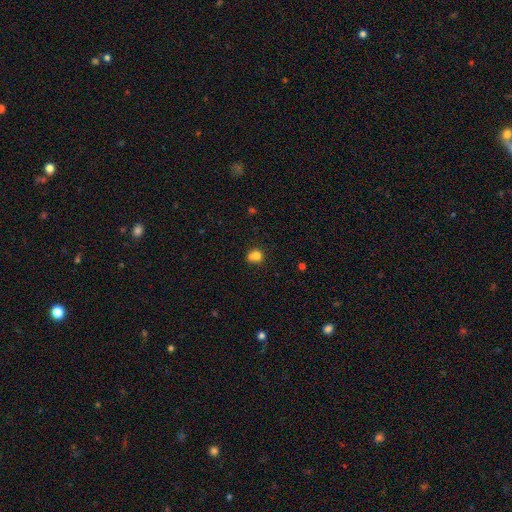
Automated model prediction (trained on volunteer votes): Smooth or featured? smooth (78%)
How rounded? round (70%)
Merging? none (45%)